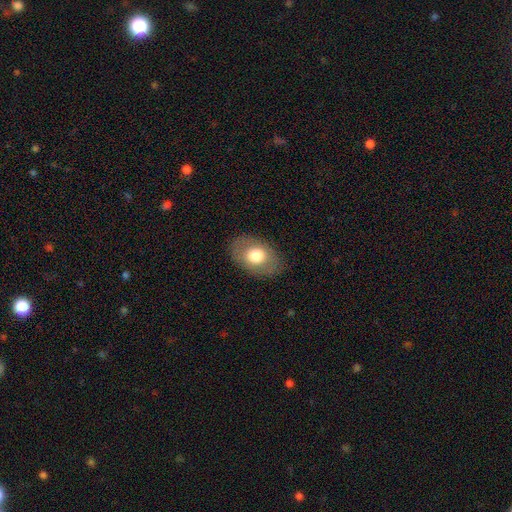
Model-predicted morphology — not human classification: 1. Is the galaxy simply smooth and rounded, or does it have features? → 70% smooth, 23% featured or disk, 7% star or artifact.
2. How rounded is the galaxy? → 82% in between, 17% round, 1% cigar-shaped.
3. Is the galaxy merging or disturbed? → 83% none, 11% minor disturbance, 4% major disturbance, 1% merger.